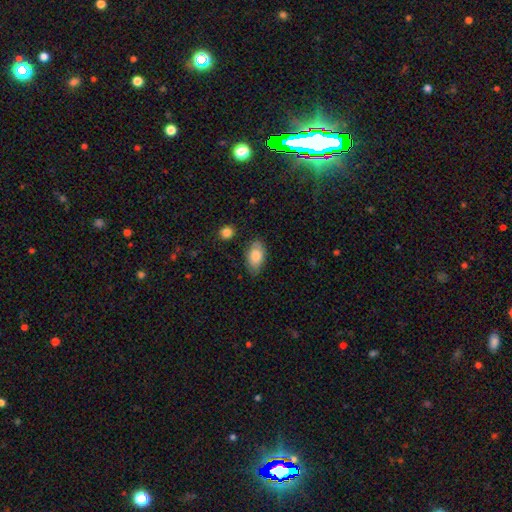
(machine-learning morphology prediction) The model was most divided on "merging": none: 78%, minor disturbance: 17%, major disturbance: 3%, merger: 2%. More confident: how rounded — in between (92%); smooth or featured — smooth (81%).